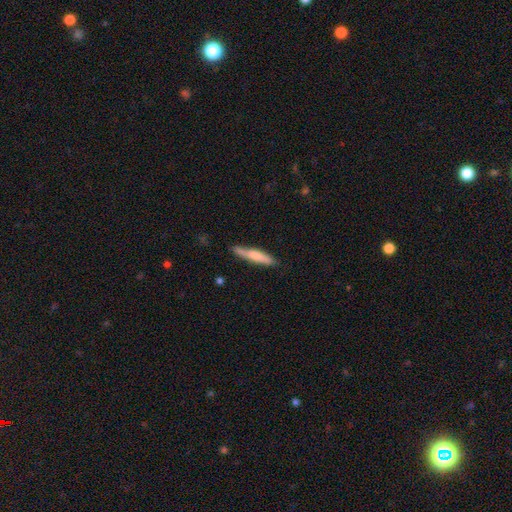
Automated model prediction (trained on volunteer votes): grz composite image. It shows a smooth galaxy with no disk features (69%) that is cigar-shaped (89%). Merging: none (75%).